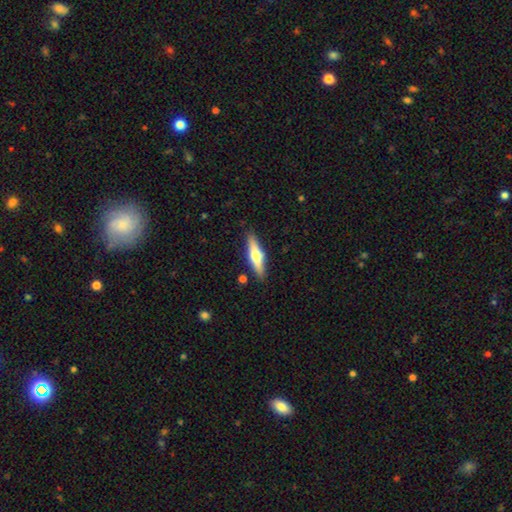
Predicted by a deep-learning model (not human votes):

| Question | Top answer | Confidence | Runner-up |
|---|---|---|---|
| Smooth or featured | featured or disk | 53% | smooth (41%) |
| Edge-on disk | yes | 93% | no (7%) |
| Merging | none | 87% | minor disturbance (9%) |